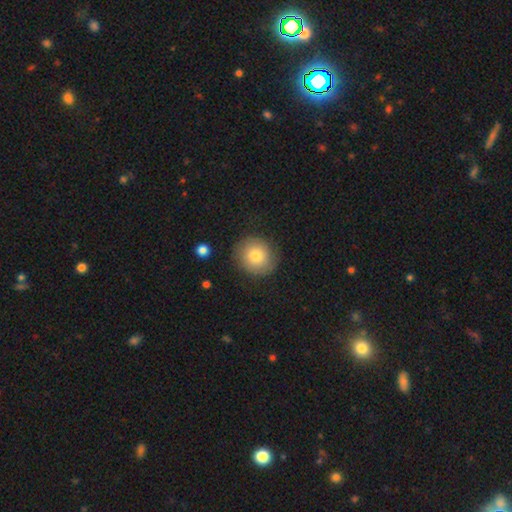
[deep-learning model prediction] Morphology: type=smooth (77%); roundness=round (87%); merging=none (83%).